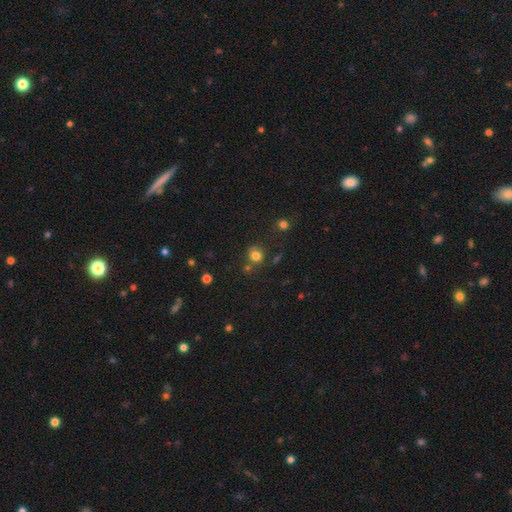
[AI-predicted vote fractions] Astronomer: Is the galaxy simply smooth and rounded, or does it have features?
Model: smooth — 77%.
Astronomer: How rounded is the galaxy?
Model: round — 82%.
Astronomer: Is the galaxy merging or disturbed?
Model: none — 69%.